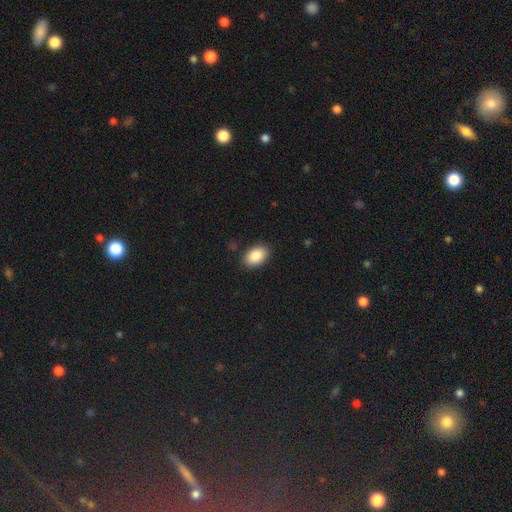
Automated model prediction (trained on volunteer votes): smooth-or-featured: smooth: 87% | star or artifact: 7% | featured or disk: 5%
  how-rounded: in between: 89% | round: 10% | cigar-shaped: 1%
  merging: none: 87% | minor disturbance: 10% | major disturbance: 2% | merger: 1%